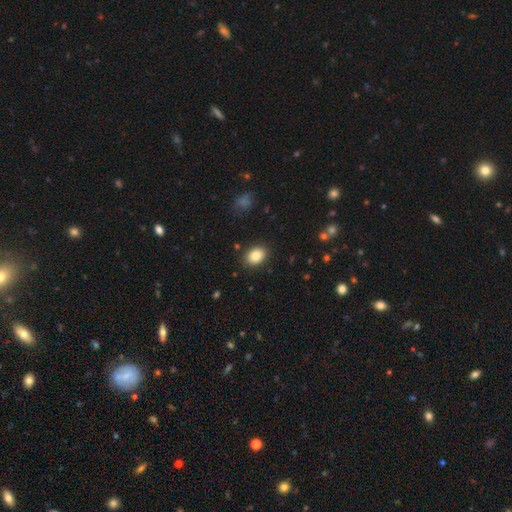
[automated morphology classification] Overall: smooth (85%). How rounded: in between (70%). Merging: none (88%).